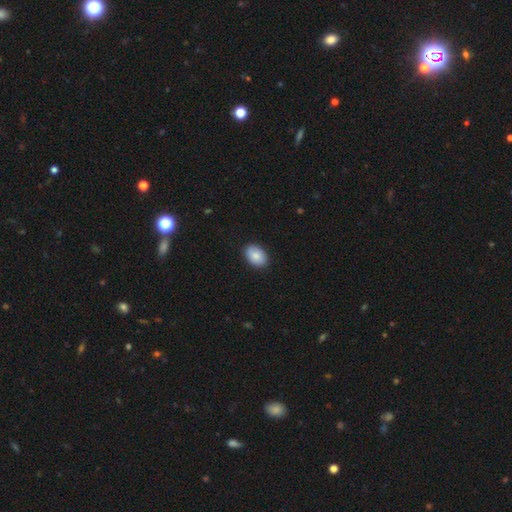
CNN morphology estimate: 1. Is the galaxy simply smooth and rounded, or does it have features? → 84% smooth, 9% featured or disk, 6% star or artifact.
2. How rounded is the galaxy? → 84% in between, 15% round, 1% cigar-shaped.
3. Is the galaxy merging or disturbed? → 87% none, 10% minor disturbance, 2% major disturbance, 1% merger.